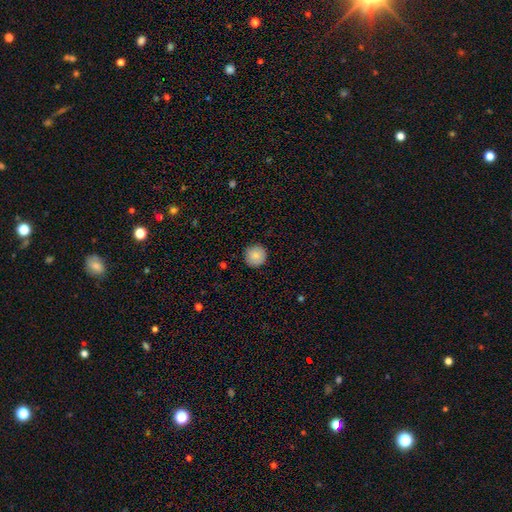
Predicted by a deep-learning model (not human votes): smooth_or_featured: smooth (p=0.86) [alt: star or artifact p=0.08]
how_rounded: round (p=0.95) [alt: in between p=0.04]
merging: none (p=0.91) [alt: minor disturbance p=0.07]